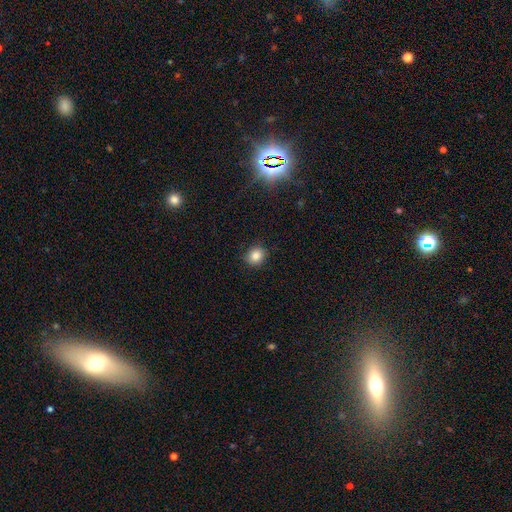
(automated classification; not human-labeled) Smooth or featured? smooth (84%)
How rounded? round (80%)
Merging? none (84%)